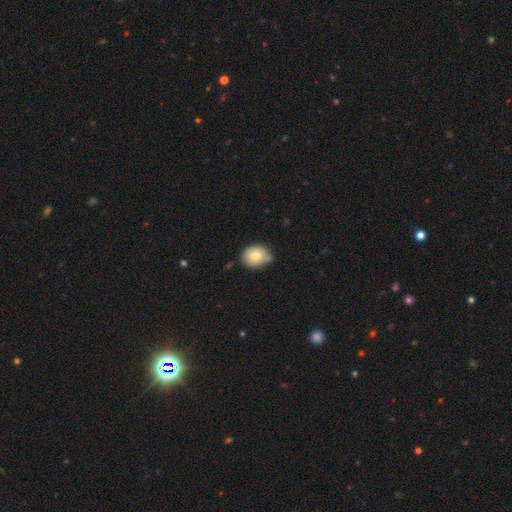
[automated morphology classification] Overall: smooth (79%). How rounded: round (58%; in between 41%). Merging: none (64%; minor disturbance 25%).